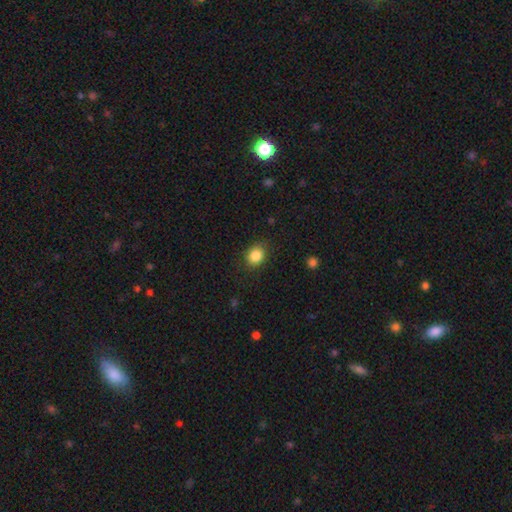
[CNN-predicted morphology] Smooth or featured? Predicted: smooth (p=0.85). How rounded? Predicted: round (p=0.60). Merging? Predicted: none (p=0.84).